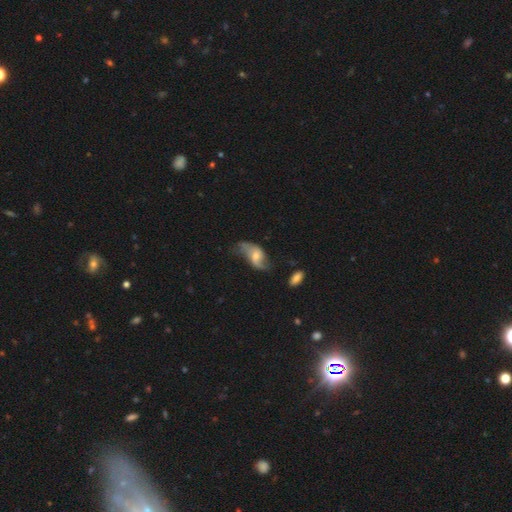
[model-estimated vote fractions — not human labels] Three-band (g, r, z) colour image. It shows a featured or disk galaxy (69%) with no bar (47%), 2 (85%) loose (80%) spiral arms (86%) and a small central bulge (44%). Merging: none (43%).